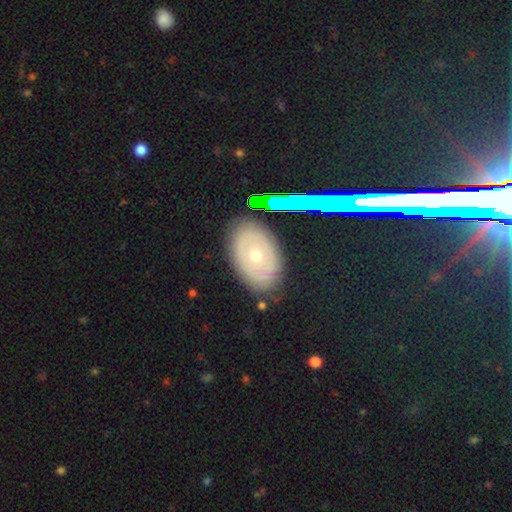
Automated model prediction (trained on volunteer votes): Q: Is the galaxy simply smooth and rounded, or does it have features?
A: featured or disk — 45%.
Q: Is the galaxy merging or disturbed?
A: none — 83%.